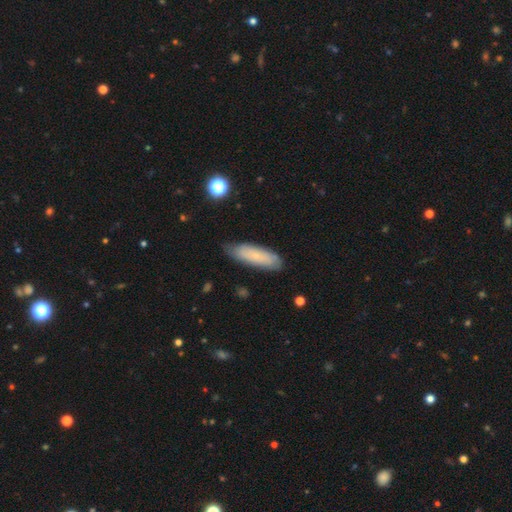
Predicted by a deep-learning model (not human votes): Smooth or featured? smooth (68%)
How rounded? cigar-shaped (52%)
Merging? none (77%)